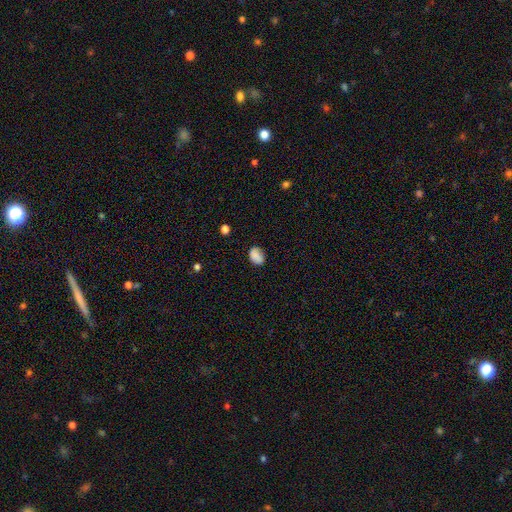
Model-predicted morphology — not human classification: smooth_or_featured: smooth (p=0.81) [alt: featured or disk p=0.10]
how_rounded: in between (p=0.75) [alt: round p=0.23]
merging: none (p=0.68) [alt: minor disturbance p=0.22]